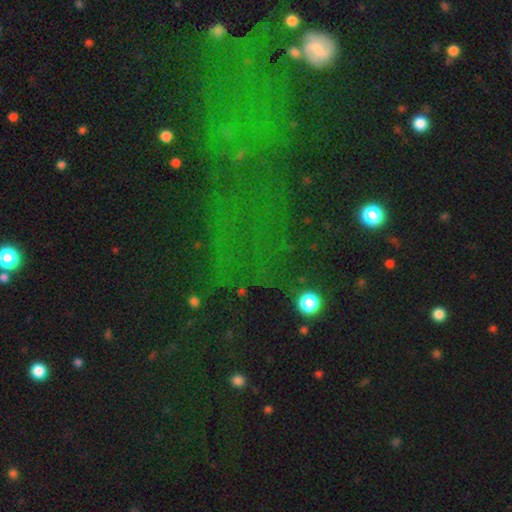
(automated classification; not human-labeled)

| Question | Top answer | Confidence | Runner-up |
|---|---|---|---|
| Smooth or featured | star or artifact | 60% | smooth (23%) |